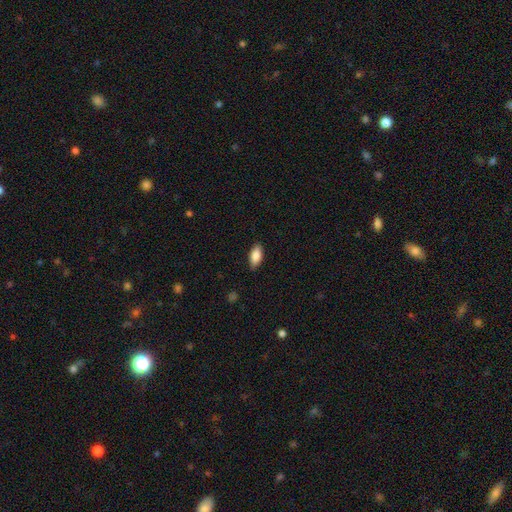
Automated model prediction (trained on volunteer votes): A smooth galaxy with no disk features (85%) that is in between round and cigar-shaped (88%).

Vote fractions:
- Smooth or featured? smooth: 85% / featured or disk: 9% / star or artifact: 7%
- How rounded? in between: 88% / cigar-shaped: 10% / round: 2%
- Merging? none: 87% / minor disturbance: 10% / major disturbance: 2% / merger: 1%